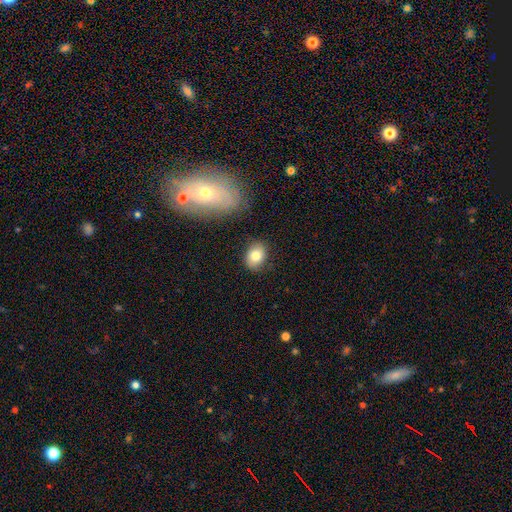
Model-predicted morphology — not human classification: smooth 81%, featured or disk 10%, star or artifact 9%. Down the decision tree: how rounded — in between (61%); merging — none (84%).